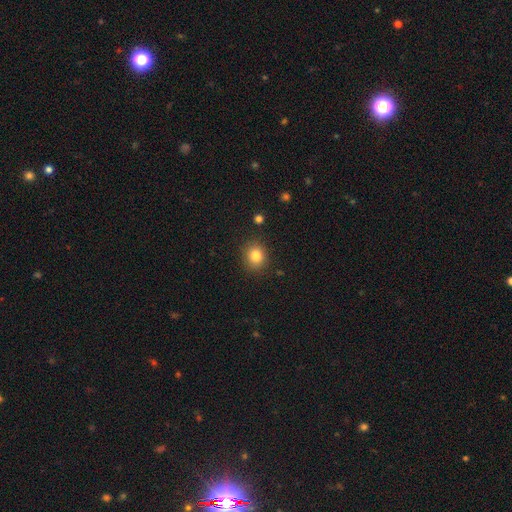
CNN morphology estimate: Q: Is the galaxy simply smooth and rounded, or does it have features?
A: smooth — 82%.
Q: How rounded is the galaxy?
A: round — 76%.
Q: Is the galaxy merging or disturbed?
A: none — 88%.